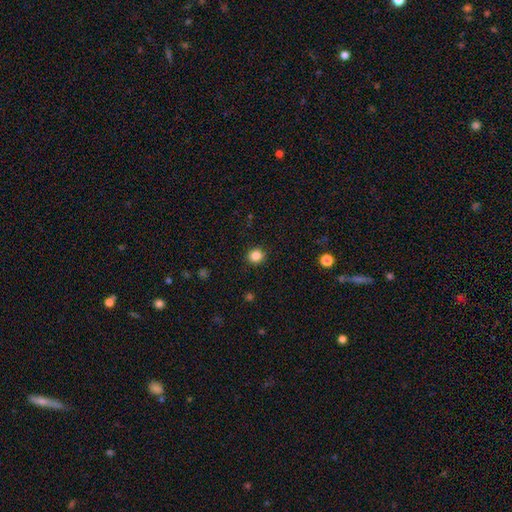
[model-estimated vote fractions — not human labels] smooth-or-featured: smooth: 85% | star or artifact: 11% | featured or disk: 4%
  how-rounded: round: 89% | in between: 10% | cigar-shaped: 1%
  merging: none: 92% | minor disturbance: 5% | major disturbance: 2% | merger: 1%